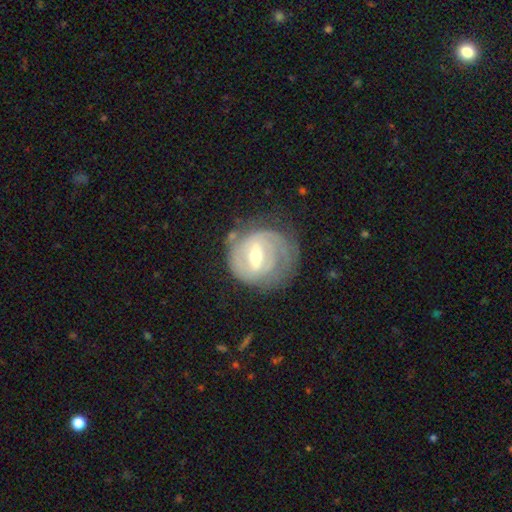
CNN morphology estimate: Smooth or featured?
  - featured or disk: 82% *
  - smooth: 14%
  - star or artifact: 5%
Edge-on disk?
  - no: 97% *
  - yes: 3%
Bar?
  - weak: 48% *
  - strong: 42%
  - no: 10%
Spiral arms?
  - yes: 86% *
  - no: 14%
Spiral winding?
  - tight: 65% *
  - medium: 26%
  - loose: 9%
Spiral arm count?
  - 2: 44% *
  - can't tell: 31%
  - 1: 12%
  - 3: 8%
  - 4: 3%
  - more than 4: 2%
Bulge size?
  - moderate: 64% *
  - small: 30%
  - large: 4%
  - none: 1%
  - dominant: 1%
Merging?
  - none: 56% *
  - minor disturbance: 24%
  - major disturbance: 17%
  - merger: 3%